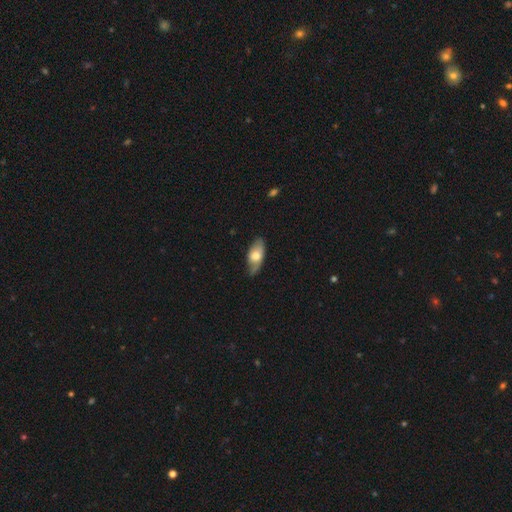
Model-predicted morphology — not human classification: Q: Smooth or featured?
A: smooth (60%); runner-up: featured or disk (34%)
Q: How rounded?
A: in between (88%); runner-up: cigar-shaped (8%)
Q: Merging?
A: none (63%); runner-up: minor disturbance (29%)